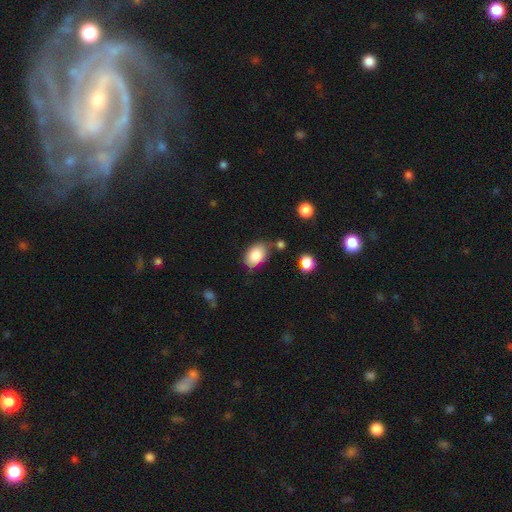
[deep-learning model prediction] This appears to be a smooth galaxy with no disk features (84%) that is in between round and cigar-shaped (85%). Merging: none (70%).